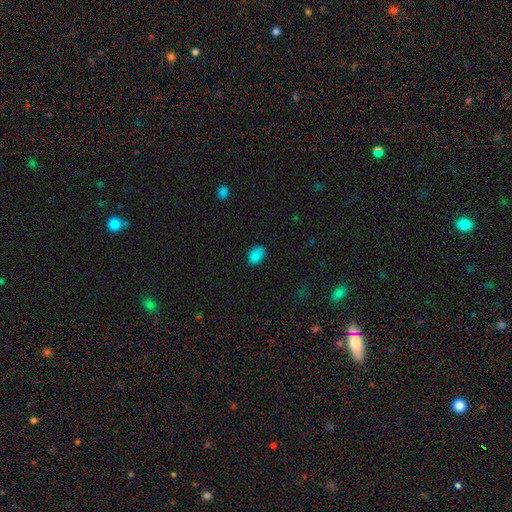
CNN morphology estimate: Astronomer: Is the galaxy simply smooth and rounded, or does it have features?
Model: smooth — 85%.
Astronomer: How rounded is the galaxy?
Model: in between — 86%.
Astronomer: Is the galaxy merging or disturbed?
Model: none — 81%.